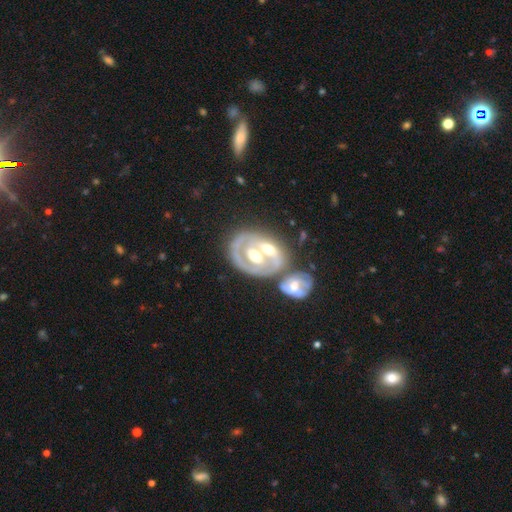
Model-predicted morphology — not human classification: A featured or disk galaxy (75%) with no bar (57%), no spiral arms (56%) and a moderate central bulge (74%).

Vote fractions:
- Smooth or featured? featured or disk: 75% / smooth: 18% / star or artifact: 7%
- Edge-on disk? no: 95% / yes: 5%
- Bar? no: 57% / weak: 26% / strong: 17%
- Spiral arms? no: 56% / yes: 44%
- Bulge size? moderate: 74% / small: 12% / large: 10% / dominant: 2% / none: 2%
- Merging? merger: 48% / none: 32% / minor disturbance: 12% / major disturbance: 8%